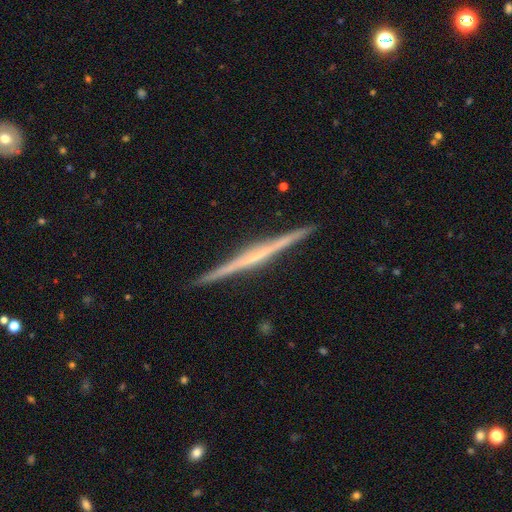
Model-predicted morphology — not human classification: Smooth or featured? Predicted: featured or disk (p=0.78). Edge-on disk? Predicted: yes (p=0.99). Edge-on bulge? Predicted: none (p=0.59). Merging? Predicted: none (p=0.92).